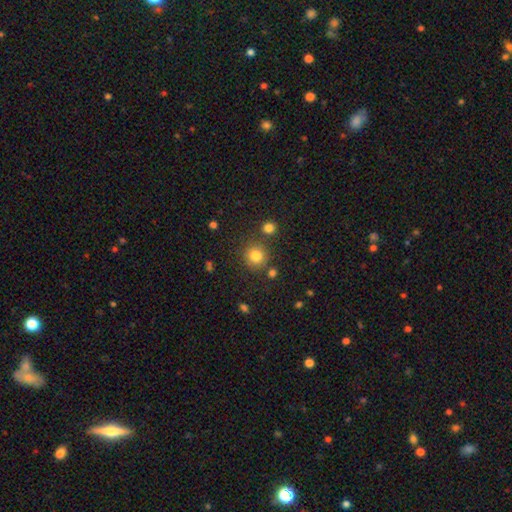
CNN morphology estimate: Overall: smooth (81%). How rounded: round (91%). Merging: none (79%).